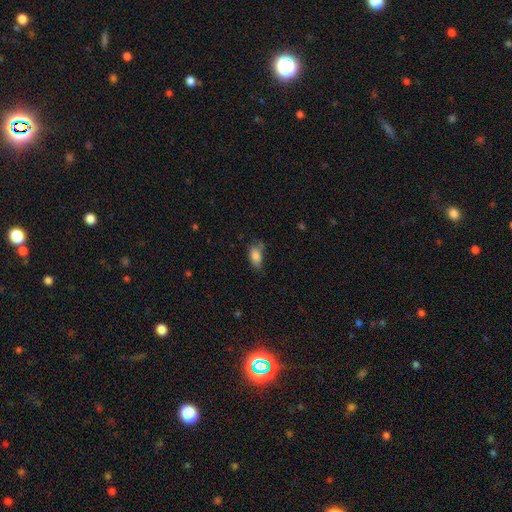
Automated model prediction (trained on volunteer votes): The model was most divided on "merging": none: 59%, minor disturbance: 28%, major disturbance: 8%, merger: 5%. More confident: how rounded — in between (89%); smooth or featured — smooth (85%).